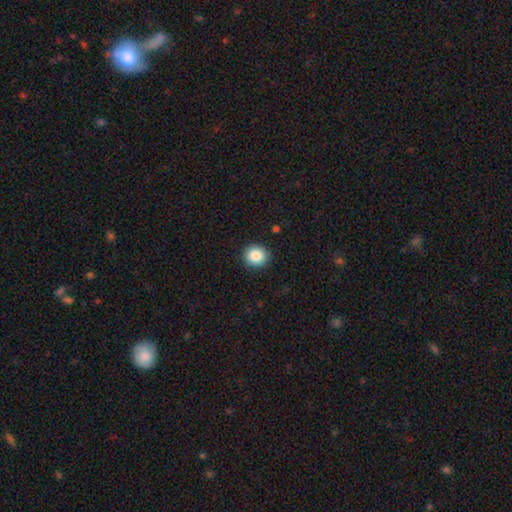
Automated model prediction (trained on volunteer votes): A smooth galaxy with no disk features (86%) that is round (87%).

Vote fractions:
- Smooth or featured? smooth: 86% / star or artifact: 9% / featured or disk: 5%
- How rounded? round: 87% / in between: 13% / cigar-shaped: 1%
- Merging? none: 92% / minor disturbance: 6% / major disturbance: 2% / merger: 1%